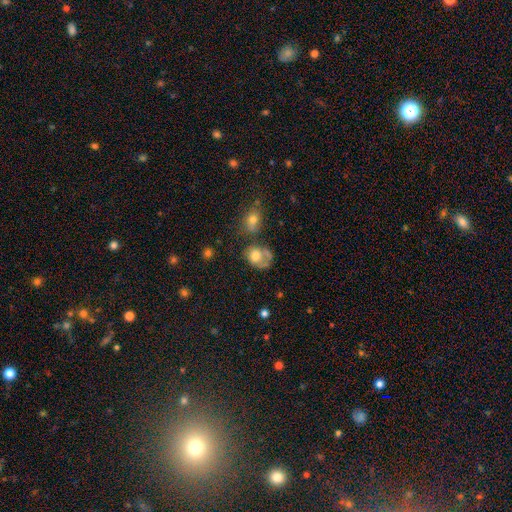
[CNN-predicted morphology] This appears to be a smooth galaxy with no disk features (65%) that is in between round and cigar-shaped (50%). Merging: none (29%).